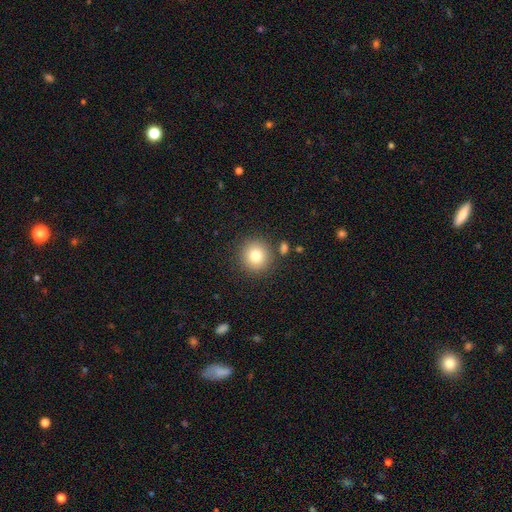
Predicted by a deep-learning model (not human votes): Overall: smooth (79%). How rounded: round (94%). Merging: none (86%).